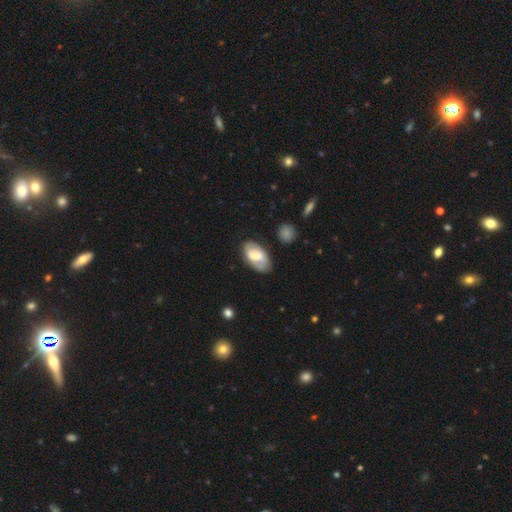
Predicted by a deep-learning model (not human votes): smooth 51%, featured or disk 43%, star or artifact 6%. Down the decision tree: how rounded — in between (93%); merging — none (76%).